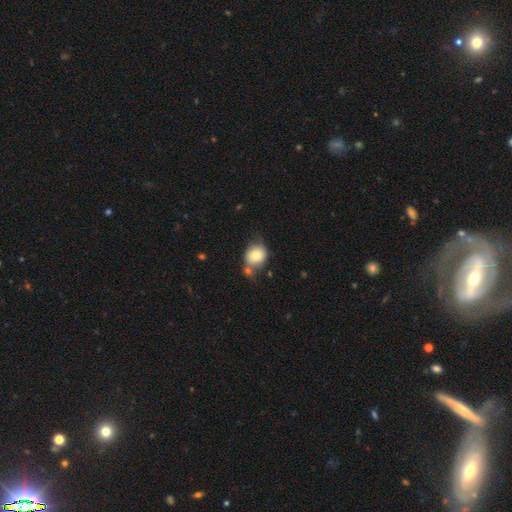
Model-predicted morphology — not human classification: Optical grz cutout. It shows a smooth galaxy with no disk features (72%) that is round (73%). Merging: none (48%).